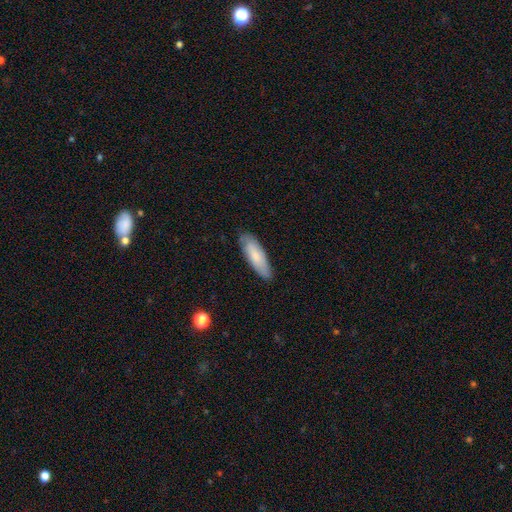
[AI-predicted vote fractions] This appears to be a smooth galaxy with no disk features (77%) that is in between round and cigar-shaped (51%). Merging: none (83%).